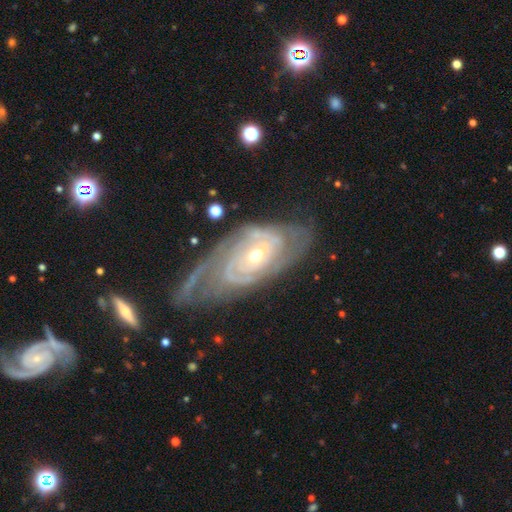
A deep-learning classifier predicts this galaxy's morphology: Q: Smooth or featured?
A: featured or disk (89%); runner-up: smooth (6%)
Q: Edge-on disk?
A: no (94%); runner-up: yes (6%)
Q: Bar?
A: no (55%); runner-up: weak (31%)
Q: Spiral arms?
A: yes (96%); runner-up: no (4%)
Q: Spiral winding?
A: tight (71%); runner-up: medium (24%)
Q: Spiral arm count?
A: 2 (37%); runner-up: can't tell (28%)
Q: Bulge size?
A: moderate (50%); runner-up: small (47%)
Q: Merging?
A: none (55%); runner-up: minor disturbance (24%)